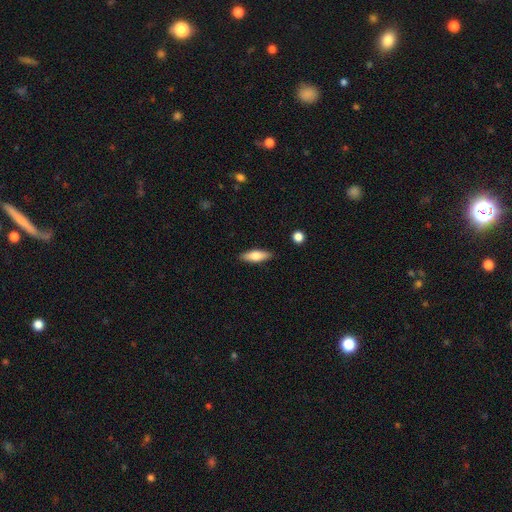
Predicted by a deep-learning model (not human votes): smooth_or_featured: smooth (p=0.71) [alt: featured or disk p=0.23]
how_rounded: in between (p=0.58) [alt: cigar-shaped p=0.40]
merging: none (p=0.87) [alt: minor disturbance p=0.09]